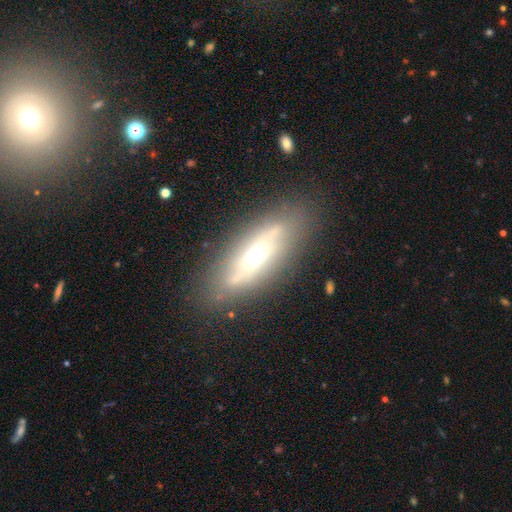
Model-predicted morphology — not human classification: A featured or disk galaxy (56%).

Vote fractions:
- Smooth or featured? featured or disk: 56% / smooth: 36% / star or artifact: 8%
- Edge-on disk? no: 51% / yes: 49%
- Merging? none: 77% / minor disturbance: 15% / major disturbance: 5% / merger: 2%